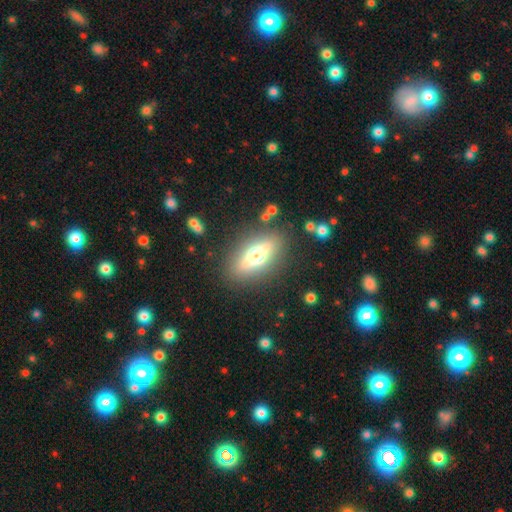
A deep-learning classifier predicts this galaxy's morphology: Smooth or featured?
  - featured or disk: 47% *
  - smooth: 44%
  - star or artifact: 9%
Merging?
  - none: 85% *
  - minor disturbance: 9%
  - major disturbance: 4%
  - merger: 2%